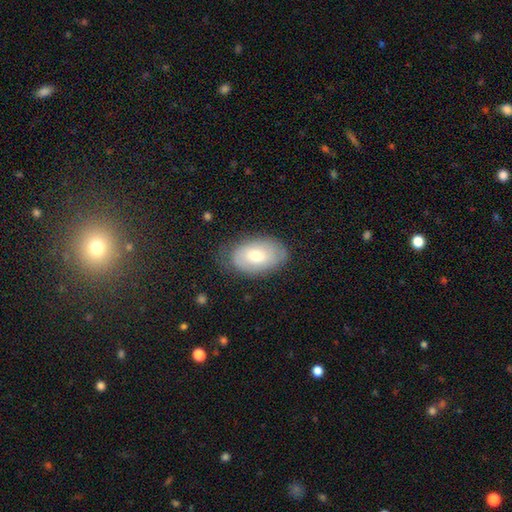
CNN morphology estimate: smooth-or-featured: smooth: 63% | featured or disk: 30% | star or artifact: 7%
  how-rounded: in between: 91% | round: 7% | cigar-shaped: 1%
  merging: none: 72% | minor disturbance: 21% | major disturbance: 6% | merger: 1%